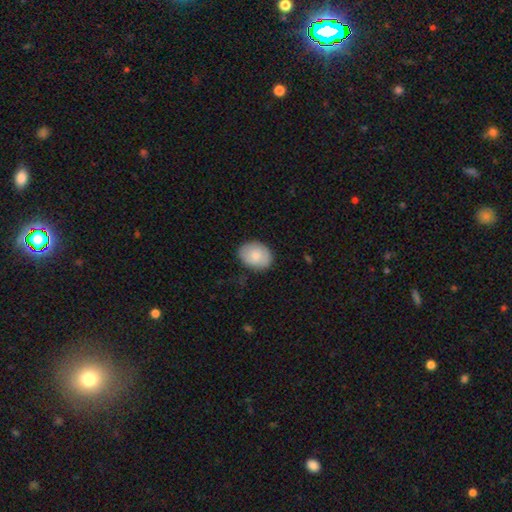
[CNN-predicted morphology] The model was most divided on "how rounded": in between: 70%, round: 29%, cigar-shaped: 1%. More confident: merging — none (84%); smooth or featured — smooth (80%).